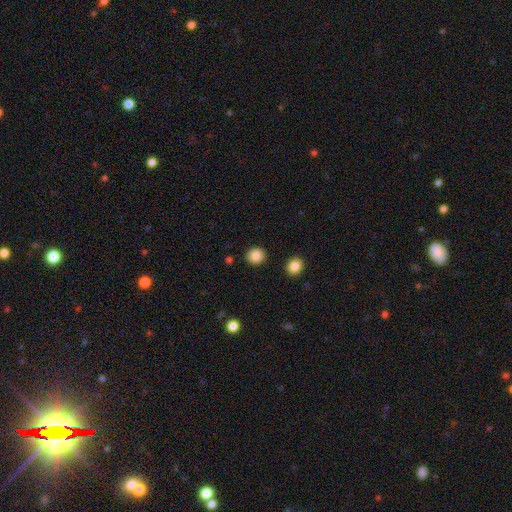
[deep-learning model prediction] This appears to be a smooth galaxy with no disk features (87%) that is round (88%). Merging: none (91%).